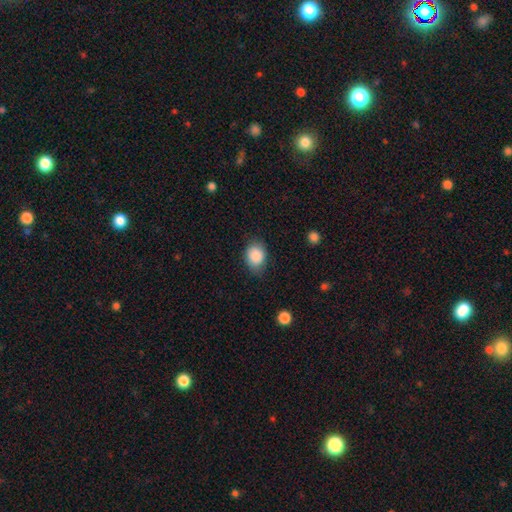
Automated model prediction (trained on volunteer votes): Smooth or featured? smooth (88%)
How rounded? in between (59%)
Merging? none (76%)